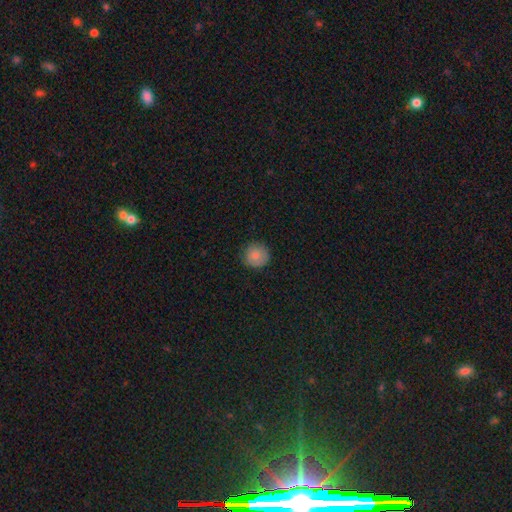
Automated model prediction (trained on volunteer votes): This is clearly a smooth galaxy (85%). How rounded: clearly round (94%). Merging: clearly none (86%).